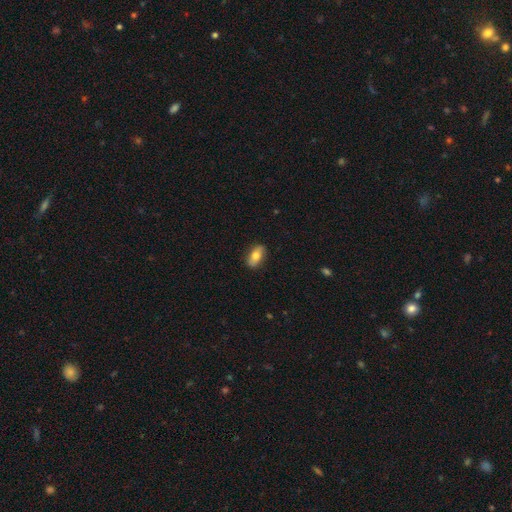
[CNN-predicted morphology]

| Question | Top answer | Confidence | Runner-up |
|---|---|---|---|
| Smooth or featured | smooth | 72% | featured or disk (22%) |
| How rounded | in between | 87% | cigar-shaped (8%) |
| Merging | none | 87% | minor disturbance (10%) |